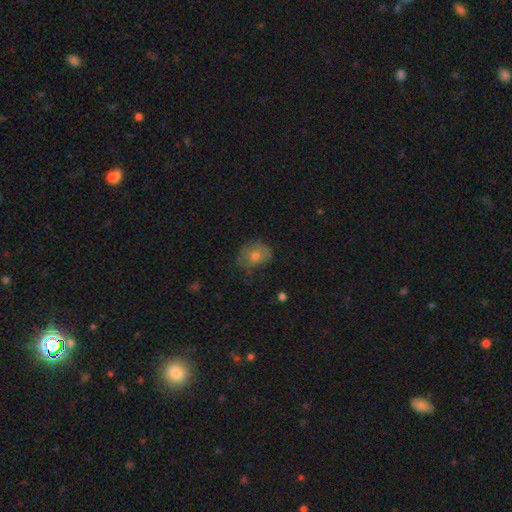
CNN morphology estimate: Smooth or featured?
  - smooth: 61% *
  - featured or disk: 29%
  - star or artifact: 11%
How rounded?
  - round: 50% *
  - in between: 48%
  - cigar-shaped: 1%
Merging?
  - none: 59% *
  - minor disturbance: 28%
  - major disturbance: 11%
  - merger: 2%